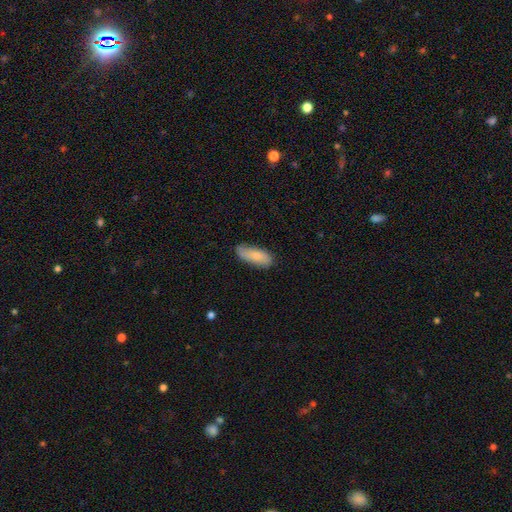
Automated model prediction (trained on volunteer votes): Q: Smooth or featured?
A: smooth (77%); runner-up: featured or disk (17%)
Q: How rounded?
A: in between (77%); runner-up: cigar-shaped (20%)
Q: Merging?
A: none (70%); runner-up: minor disturbance (24%)